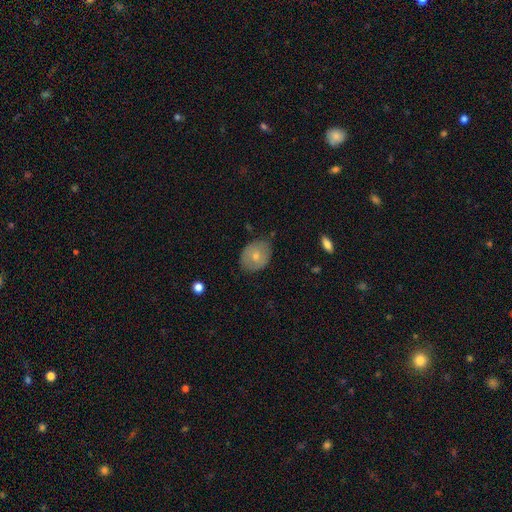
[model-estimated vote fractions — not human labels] A smooth galaxy with no disk features (66%) that is in between round and cigar-shaped (56%).

Vote fractions:
- Smooth or featured? smooth: 66% / featured or disk: 27% / star or artifact: 7%
- How rounded? in between: 56% / round: 43% / cigar-shaped: 1%
- Merging? none: 73% / minor disturbance: 21% / major disturbance: 4% / merger: 2%